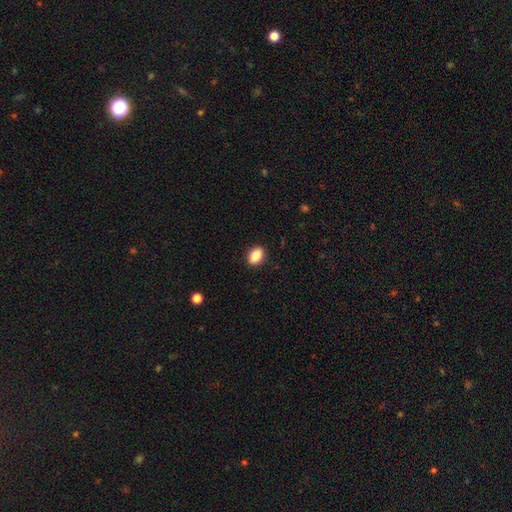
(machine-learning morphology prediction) Q: Smooth or featured?
A: smooth (87%); runner-up: star or artifact (8%)
Q: How rounded?
A: in between (82%); runner-up: round (16%)
Q: Merging?
A: none (90%); runner-up: minor disturbance (7%)